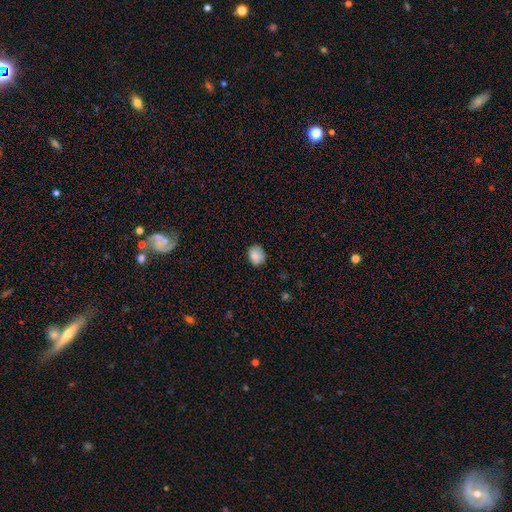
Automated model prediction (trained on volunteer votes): Q: Smooth or featured?
A: smooth (85%); runner-up: star or artifact (8%)
Q: How rounded?
A: round (53%); runner-up: in between (46%)
Q: Merging?
A: none (78%); runner-up: minor disturbance (18%)